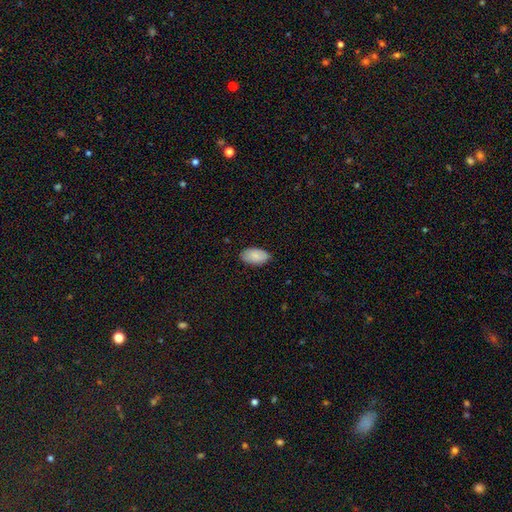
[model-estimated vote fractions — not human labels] smooth_or_featured: smooth (p=0.86) [alt: featured or disk p=0.08]
how_rounded: in between (p=0.95) [alt: round p=0.03]
merging: none (p=0.84) [alt: minor disturbance p=0.13]